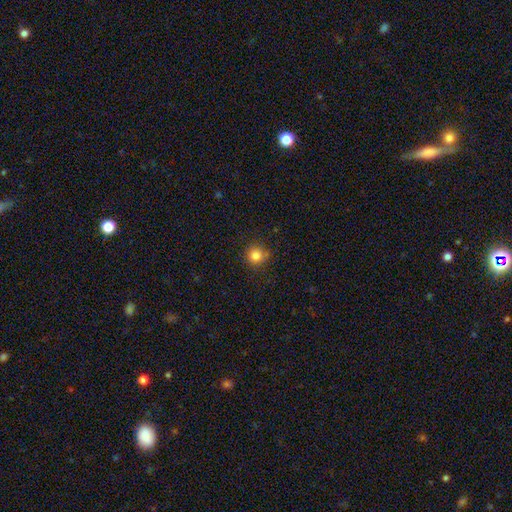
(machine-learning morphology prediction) type=smooth (83%); roundness=round (93%); merging=none (84%).